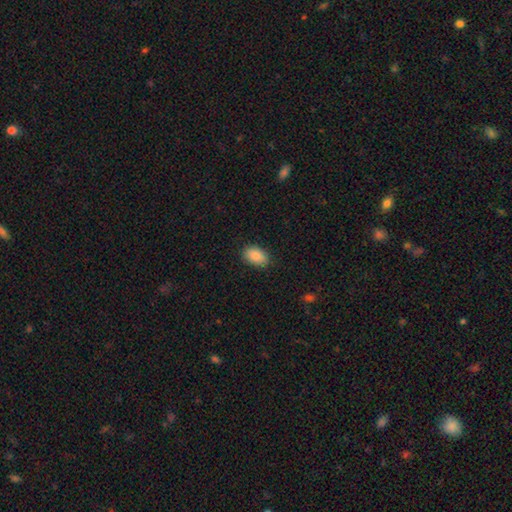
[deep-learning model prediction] smooth 88%, star or artifact 7%, featured or disk 5%. Down the decision tree: how rounded — in between (90%); merging — none (86%).